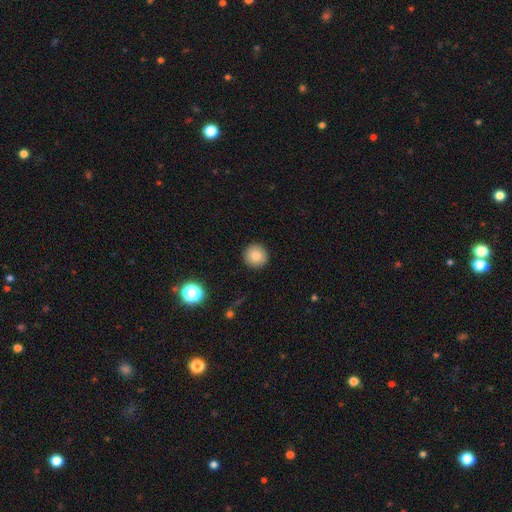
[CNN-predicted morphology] Smooth or featured? smooth (84%)
How rounded? round (95%)
Merging? none (92%)